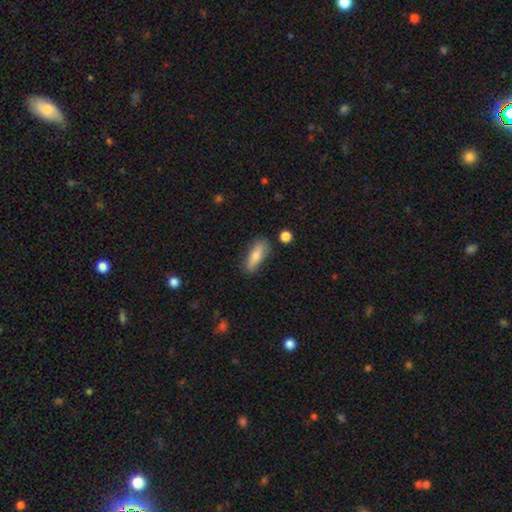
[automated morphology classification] This appears to be a smooth galaxy with no disk features (68%) that is in between round and cigar-shaped (52%). Merging: none (79%).